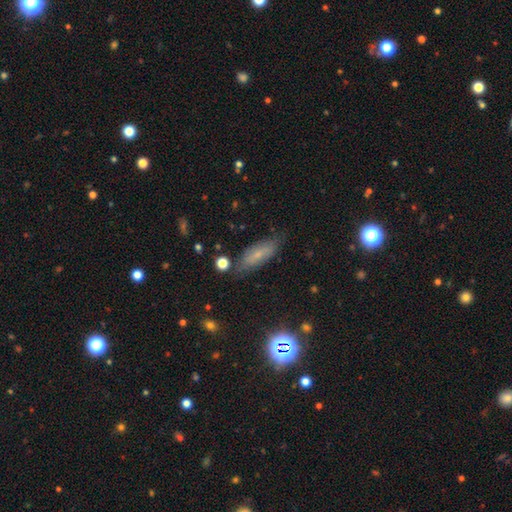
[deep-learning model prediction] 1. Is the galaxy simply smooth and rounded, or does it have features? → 64% smooth, 25% featured or disk, 11% star or artifact.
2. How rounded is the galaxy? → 62% in between, 35% cigar-shaped, 3% round.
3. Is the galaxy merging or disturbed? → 73% none, 19% minor disturbance, 5% major disturbance, 3% merger.